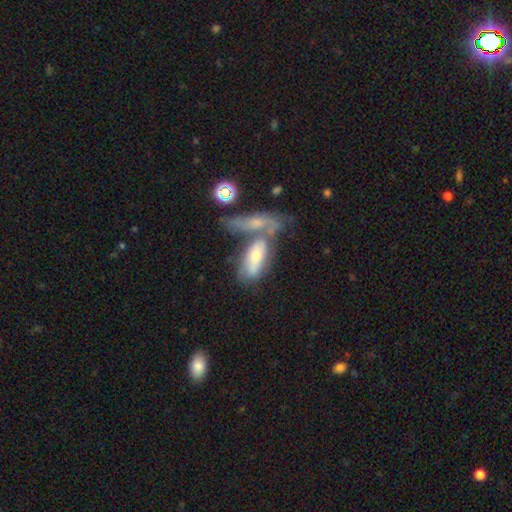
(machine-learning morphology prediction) The model was most divided on "smooth or featured": smooth: 53%, featured or disk: 39%, star or artifact: 8%. Remaining: how rounded — in between (72%); merging — merger (48%).